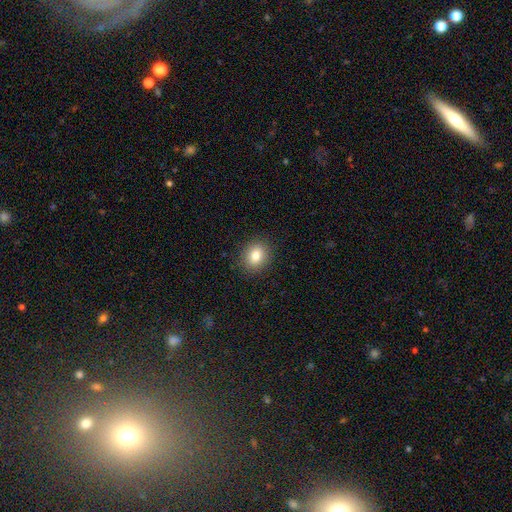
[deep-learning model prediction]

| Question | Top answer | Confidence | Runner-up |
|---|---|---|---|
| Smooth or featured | smooth | 82% | star or artifact (10%) |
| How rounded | round | 56% | in between (43%) |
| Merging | none | 89% | minor disturbance (8%) |